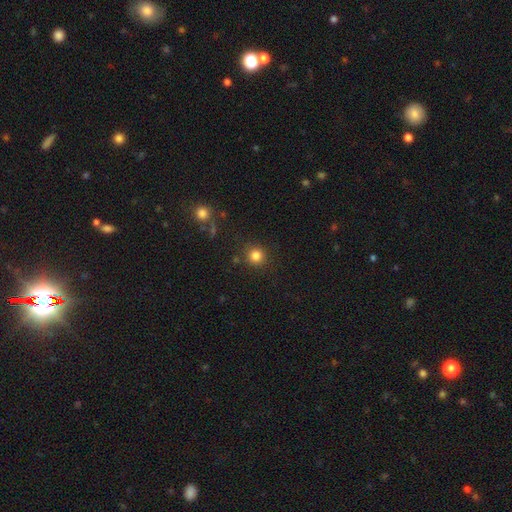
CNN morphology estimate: type=smooth (83%); roundness=round (94%); merging=none (87%).